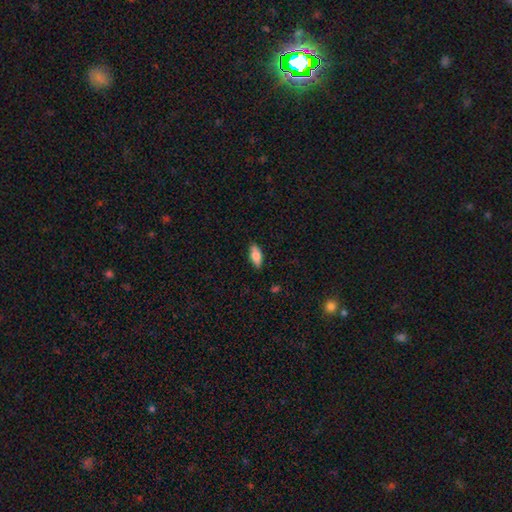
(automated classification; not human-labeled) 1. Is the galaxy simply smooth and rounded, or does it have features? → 73% smooth, 20% featured or disk, 7% star or artifact.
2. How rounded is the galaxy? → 82% in between, 16% cigar-shaped, 3% round.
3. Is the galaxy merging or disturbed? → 88% none, 9% minor disturbance, 2% major disturbance, 1% merger.